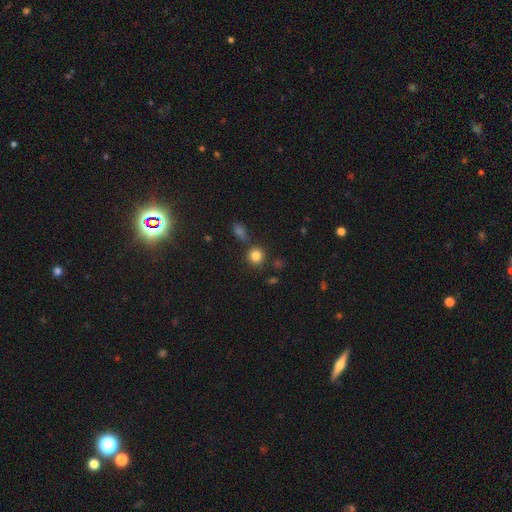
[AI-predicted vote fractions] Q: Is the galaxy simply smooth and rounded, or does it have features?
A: smooth — 82%.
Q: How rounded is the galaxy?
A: round — 90%.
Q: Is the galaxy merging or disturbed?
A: none — 77%.